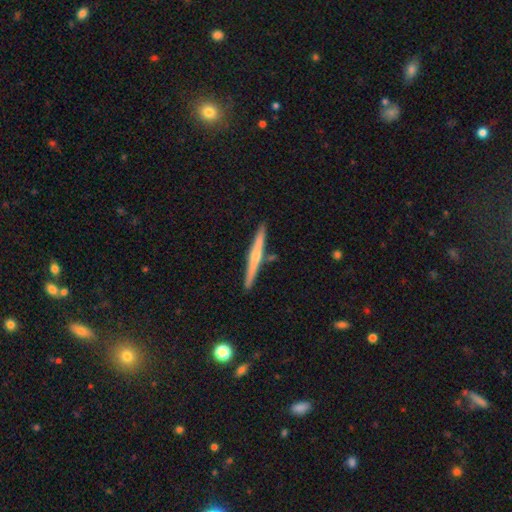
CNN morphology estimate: A featured or disk galaxy (60%) viewed edge-on (98%) with a rounded central bulge (67%). Merging: none (87%).